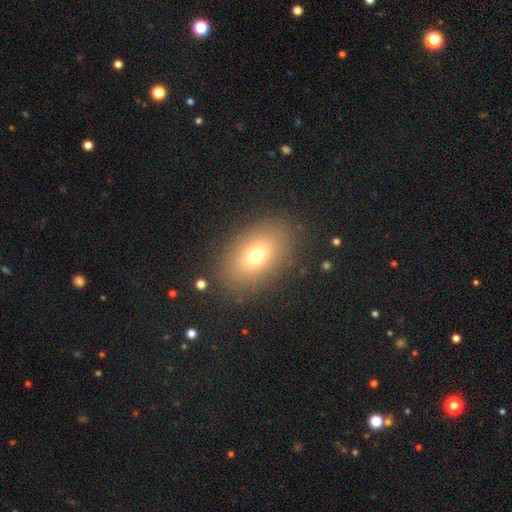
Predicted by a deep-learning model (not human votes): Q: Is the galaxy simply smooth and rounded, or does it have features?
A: smooth — 71%.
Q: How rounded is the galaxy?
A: in between — 82%.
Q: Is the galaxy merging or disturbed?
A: none — 85%.